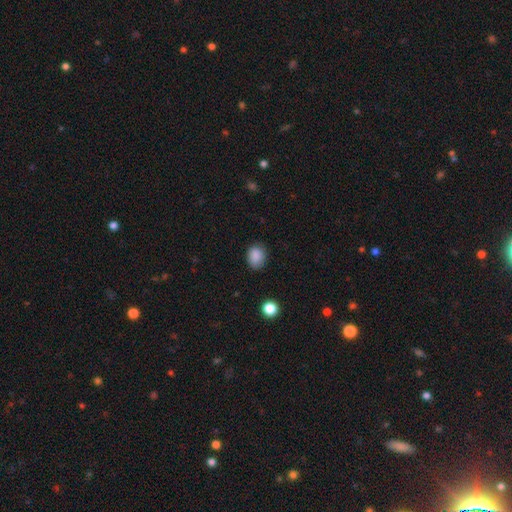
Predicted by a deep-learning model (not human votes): Overall: smooth (86%). How rounded: in between (51%; round 48%). Merging: none (78%).